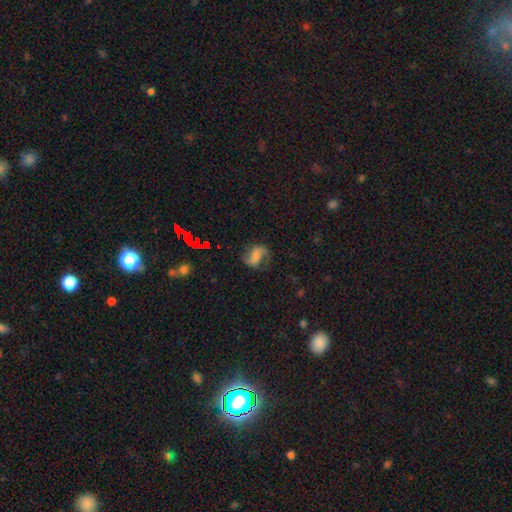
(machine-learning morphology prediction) Q: Smooth or featured?
A: featured or disk (72%); runner-up: smooth (18%)
Q: Edge-on disk?
A: no (98%); runner-up: yes (2%)
Q: Bar?
A: weak (42%); runner-up: no (35%)
Q: Spiral arms?
A: yes (94%); runner-up: no (6%)
Q: Spiral winding?
A: loose (47%); runner-up: medium (42%)
Q: Spiral arm count?
A: 2 (88%); runner-up: 1 (6%)
Q: Bulge size?
A: small (33%); runner-up: none (29%)
Q: Merging?
A: none (70%); runner-up: minor disturbance (17%)